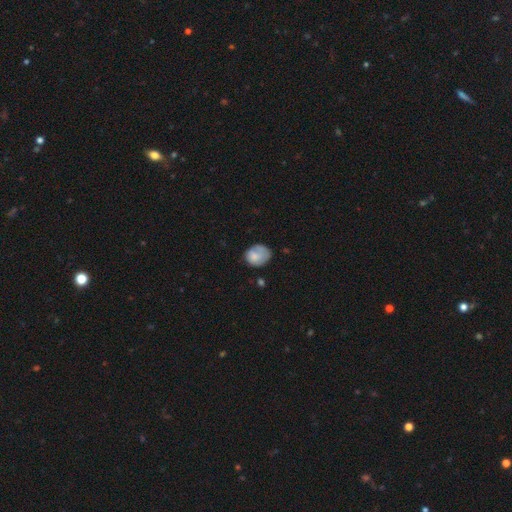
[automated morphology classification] Smooth or featured? Predicted: smooth (p=0.73). How rounded? Predicted: round (p=0.54). Merging? Predicted: none (p=0.49).